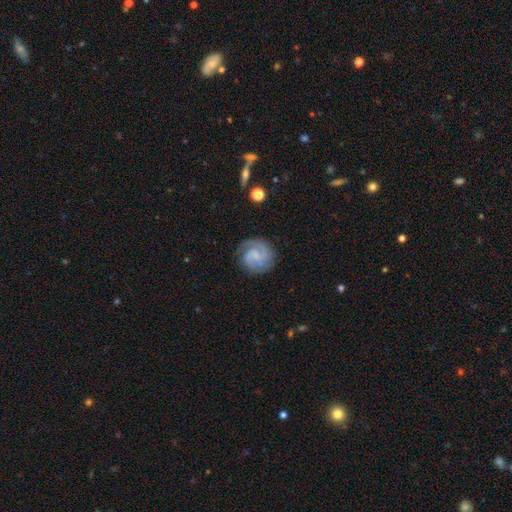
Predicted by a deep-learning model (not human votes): Q: Smooth or featured?
A: featured or disk (82%); runner-up: smooth (12%)
Q: Edge-on disk?
A: no (98%); runner-up: yes (2%)
Q: Bar?
A: no (52%); runner-up: weak (42%)
Q: Spiral arms?
A: yes (97%); runner-up: no (3%)
Q: Spiral winding?
A: tight (50%); runner-up: medium (41%)
Q: Spiral arm count?
A: 2 (75%); runner-up: 3 (8%)
Q: Bulge size?
A: small (62%); runner-up: none (20%)
Q: Merging?
A: none (79%); runner-up: minor disturbance (14%)